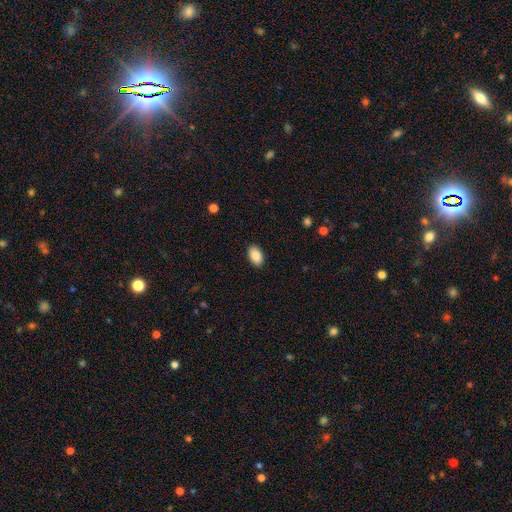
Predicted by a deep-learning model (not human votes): Smooth or featured: smooth — 88% (star or artifact — 7%)
How rounded: in between — 93% (round — 6%)
Merging: none — 89% (minor disturbance — 8%)